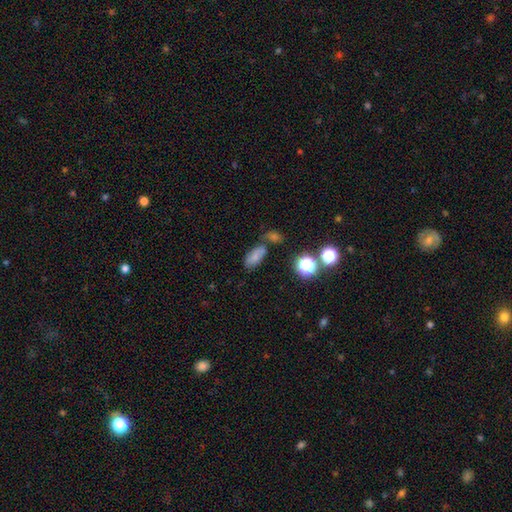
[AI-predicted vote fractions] A smooth galaxy with no disk features (69%) that is in between round and cigar-shaped (83%).

Vote fractions:
- Smooth or featured? smooth: 69% / star or artifact: 17% / featured or disk: 14%
- How rounded? in between: 83% / cigar-shaped: 9% / round: 9%
- Merging? none: 53% / merger: 21% / minor disturbance: 18% / major disturbance: 8%